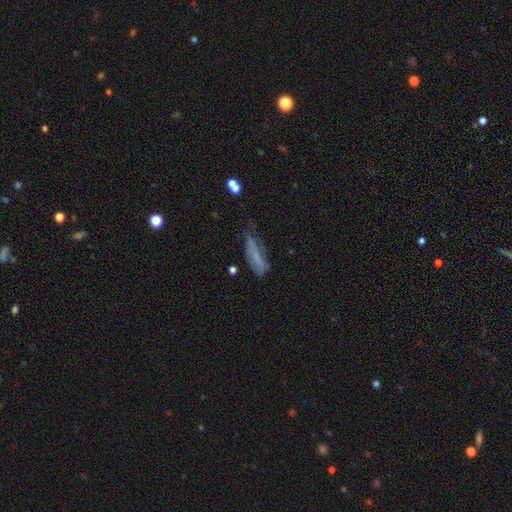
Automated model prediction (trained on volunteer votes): Overall: smooth (54%; featured or disk 34%). How rounded: cigar-shaped (58%; in between 40%). Merging: none (42%; minor disturbance 33%).